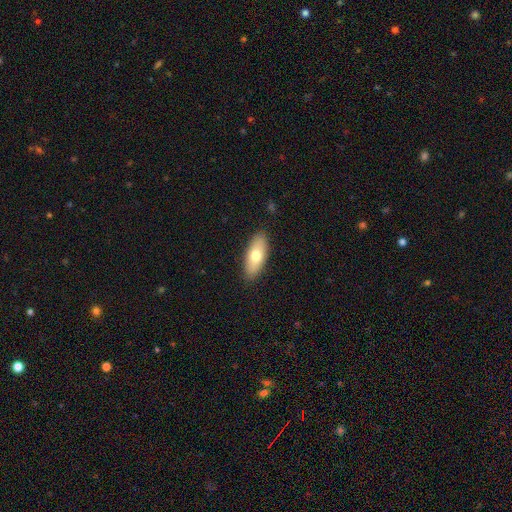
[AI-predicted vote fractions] smooth_or_featured: smooth (p=0.71) [alt: featured or disk p=0.23]
how_rounded: in between (p=0.77) [alt: cigar-shaped p=0.20]
merging: none (p=0.88) [alt: minor disturbance p=0.09]